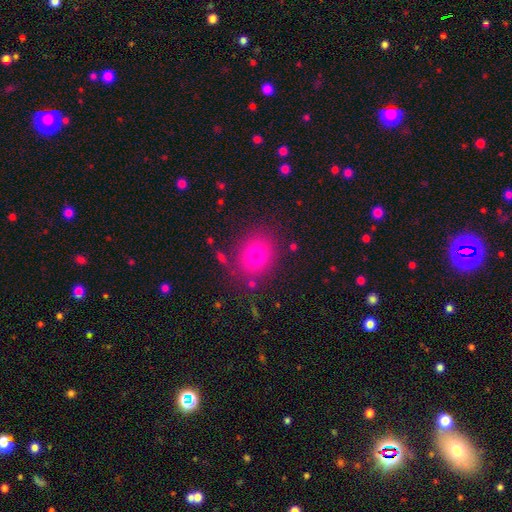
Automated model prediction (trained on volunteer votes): Morphology: type=smooth (76%); roundness=round (62%); merging=none (81%).